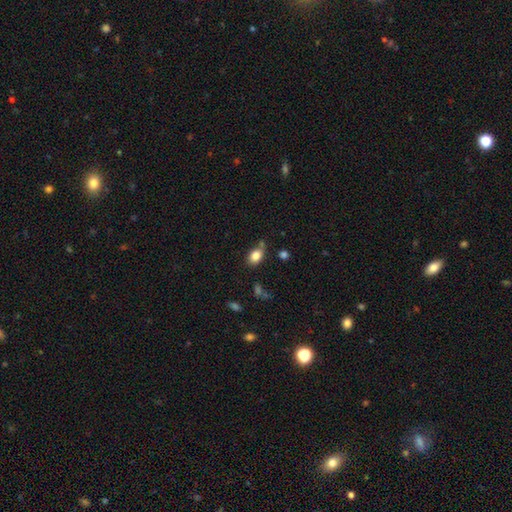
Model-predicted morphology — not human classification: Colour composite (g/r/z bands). It shows a smooth galaxy with no disk features (83%) that is in between round and cigar-shaped (78%). Merging: none (65%).